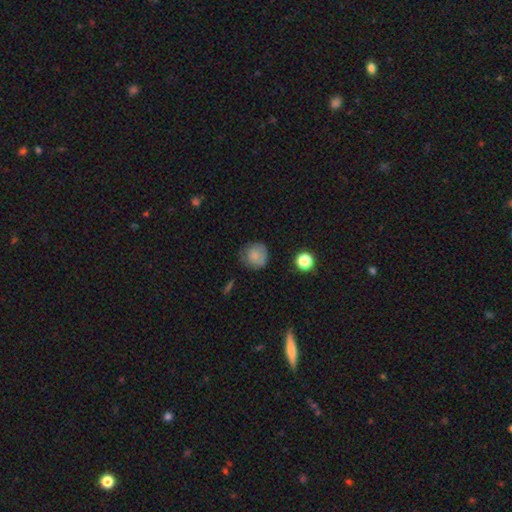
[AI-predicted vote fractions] Smooth or featured? Predicted: smooth (p=0.81). How rounded? Predicted: round (p=0.91). Merging? Predicted: none (p=0.71).